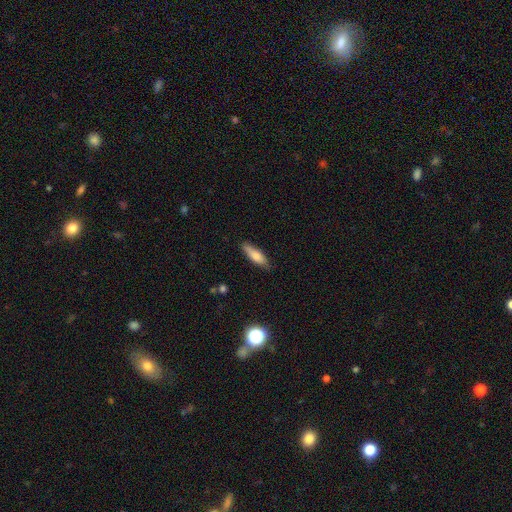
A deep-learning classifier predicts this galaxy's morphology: type=smooth (76%); roundness=cigar-shaped (58%); merging=none (82%).